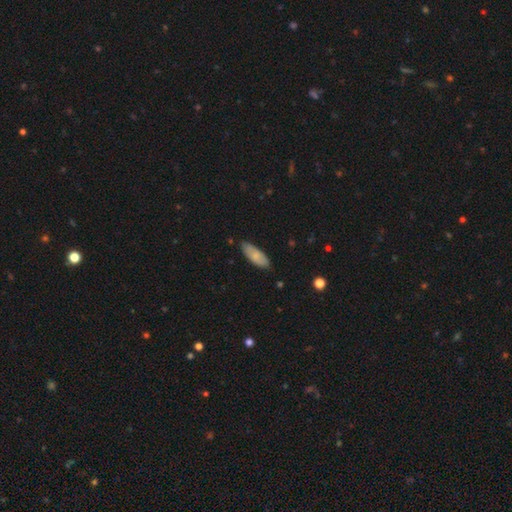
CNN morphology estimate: Smooth or featured? smooth (80%)
How rounded? in between (73%)
Merging? none (76%)